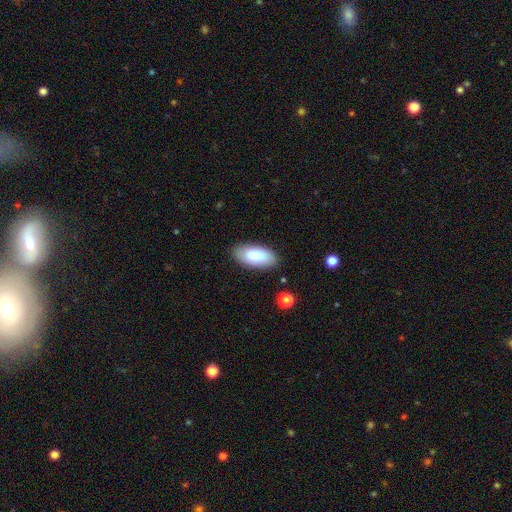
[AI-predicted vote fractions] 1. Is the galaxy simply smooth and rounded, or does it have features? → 85% smooth, 9% featured or disk, 6% star or artifact.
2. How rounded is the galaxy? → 91% in between, 7% cigar-shaped, 2% round.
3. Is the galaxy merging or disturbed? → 86% none, 10% minor disturbance, 3% major disturbance, 1% merger.